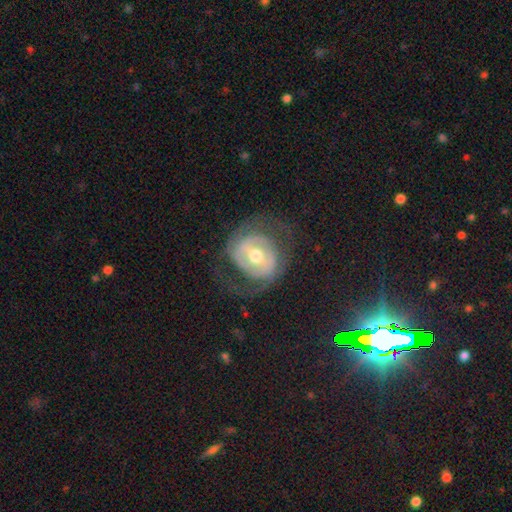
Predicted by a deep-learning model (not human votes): Smooth or featured?
  - featured or disk: 76% *
  - smooth: 18%
  - star or artifact: 6%
Edge-on disk?
  - no: 96% *
  - yes: 4%
Bar?
  - weak: 40% *
  - no: 30%
  - strong: 30%
Spiral arms?
  - yes: 72% *
  - no: 28%
Spiral winding?
  - medium: 39% *
  - tight: 36%
  - loose: 25%
Spiral arm count?
  - 2: 73% *
  - can't tell: 15%
  - 1: 6%
  - 3: 3%
  - 4: 2%
  - more than 4: 2%
Bulge size?
  - moderate: 74% *
  - small: 17%
  - large: 7%
  - dominant: 1%
  - none: 1%
Merging?
  - none: 66% *
  - major disturbance: 18%
  - minor disturbance: 15%
  - merger: 1%